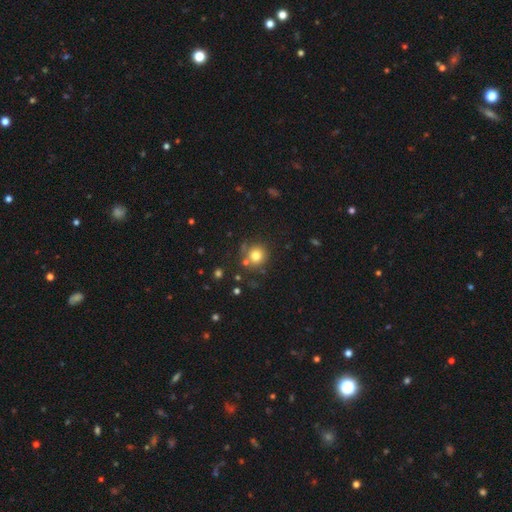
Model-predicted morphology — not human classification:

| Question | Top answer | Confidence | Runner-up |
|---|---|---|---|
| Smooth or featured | smooth | 79% | star or artifact (12%) |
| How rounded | round | 91% | in between (8%) |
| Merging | none | 74% | minor disturbance (13%) |